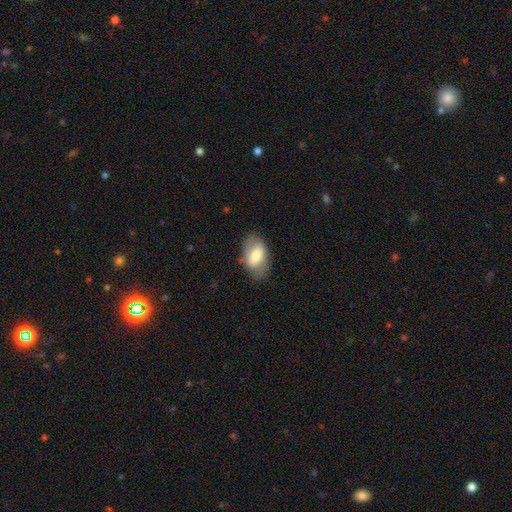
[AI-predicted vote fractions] The model was most divided on "smooth or featured": smooth: 53%, featured or disk: 41%, star or artifact: 6%. More confident: how rounded — in between (91%); merging — none (75%).